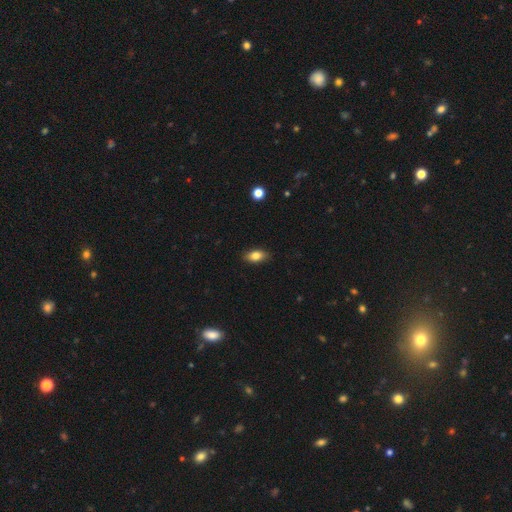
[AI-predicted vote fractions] Q: Smooth or featured?
A: smooth (81%); runner-up: featured or disk (11%)
Q: How rounded?
A: in between (88%); runner-up: round (7%)
Q: Merging?
A: none (87%); runner-up: minor disturbance (10%)